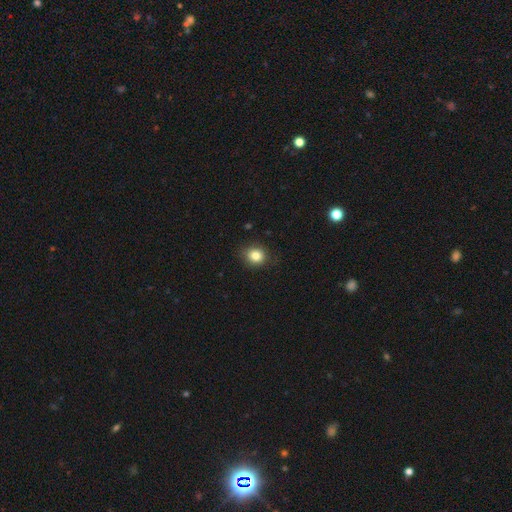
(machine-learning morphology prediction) Smooth or featured? Predicted: smooth (p=0.82). How rounded? Predicted: round (p=0.76). Merging? Predicted: none (p=0.85).